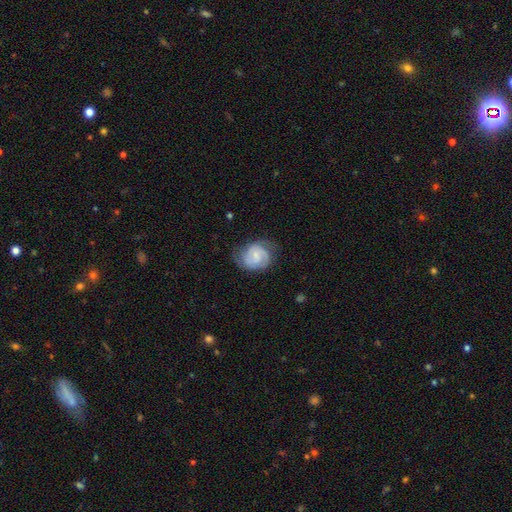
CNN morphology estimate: A featured or disk galaxy (67%) with no bar (51%), 2 (56%) tight (49%) spiral arms (93%) and a small central bulge (63%).

Vote fractions:
- Smooth or featured? featured or disk: 67% / smooth: 27% / star or artifact: 7%
- Edge-on disk? no: 98% / yes: 2%
- Bar? no: 51% / weak: 42% / strong: 7%
- Spiral arms? yes: 93% / no: 7%
- Spiral winding? tight: 49% / medium: 39% / loose: 11%
- Spiral arm count? 2: 56% / can't tell: 20% / 3: 14% / 1: 4% / 4: 3% / more than 4: 3%
- Bulge size? small: 63% / moderate: 22% / none: 12% / large: 2% / dominant: 1%
- Merging? none: 65% / minor disturbance: 23% / major disturbance: 10% / merger: 1%